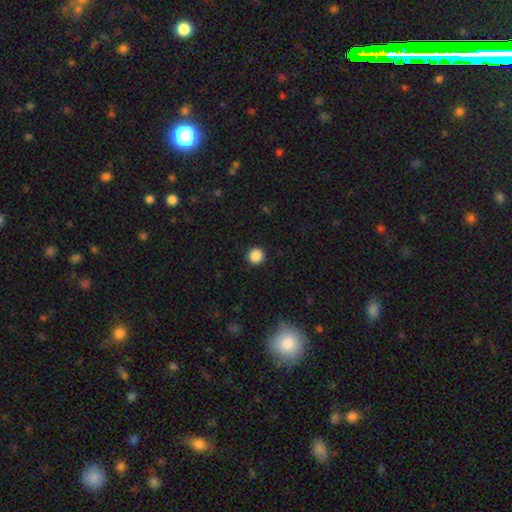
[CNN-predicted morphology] A smooth galaxy with no disk features (87%) that is round (95%). Merging: none (92%).